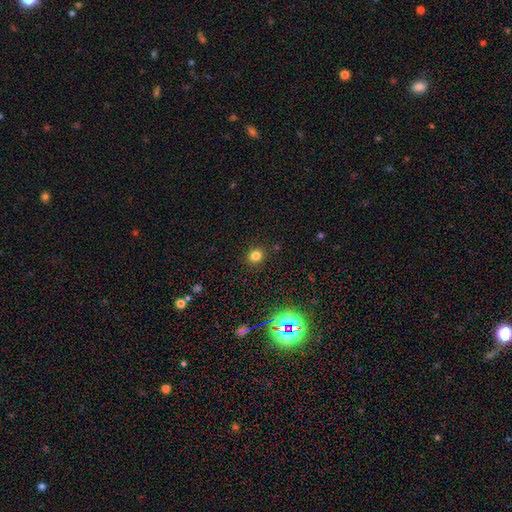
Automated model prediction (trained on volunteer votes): Smooth or featured?
  - smooth: 77% *
  - star or artifact: 17%
  - featured or disk: 6%
How rounded?
  - round: 83% *
  - in between: 16%
  - cigar-shaped: 1%
Merging?
  - none: 89% *
  - minor disturbance: 7%
  - major disturbance: 2%
  - merger: 2%